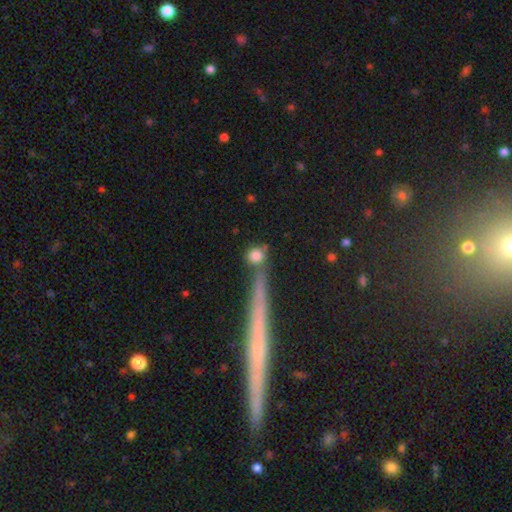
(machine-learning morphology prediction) Overall: smooth (79%). How rounded: round (78%). Merging: none (67%).